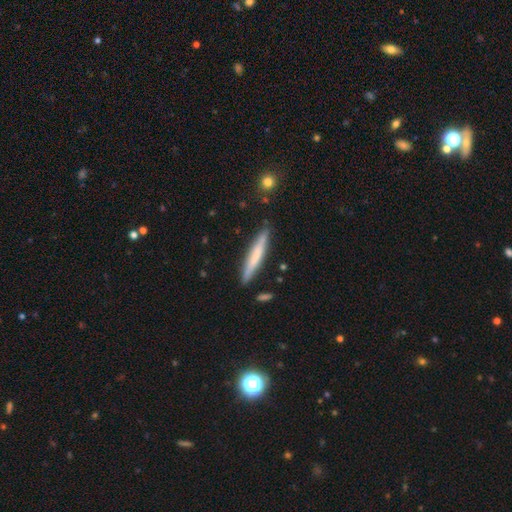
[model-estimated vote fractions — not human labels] smooth_or_featured: smooth (p=0.59) [alt: featured or disk p=0.35]
how_rounded: cigar-shaped (p=0.95) [alt: in between p=0.04]
merging: none (p=0.86) [alt: minor disturbance p=0.10]